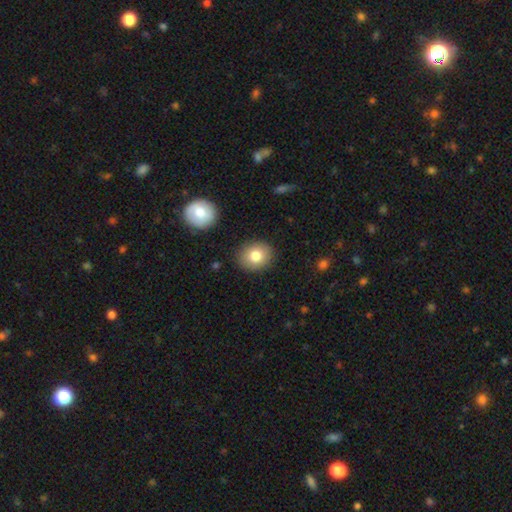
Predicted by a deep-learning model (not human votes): This appears to be a smooth galaxy with no disk features (80%) that is round (65%). Merging: none (88%).